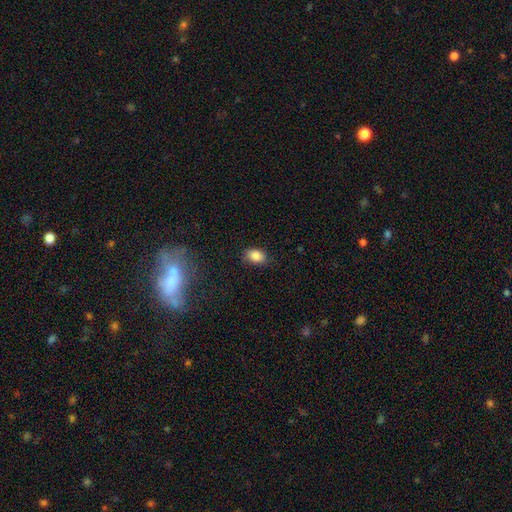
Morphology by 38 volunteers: A smooth galaxy with no disk features (89%) that is in between round and cigar-shaped (85%).

Vote fractions:
- Smooth or featured? smooth: 89% / featured or disk: 5% / star or artifact: 5%
- How rounded? in between: 85% / round: 15% / cigar-shaped: 0%
- Merging? none: 86% / minor disturbance: 11% / major disturbance: 3% / merger: 0%